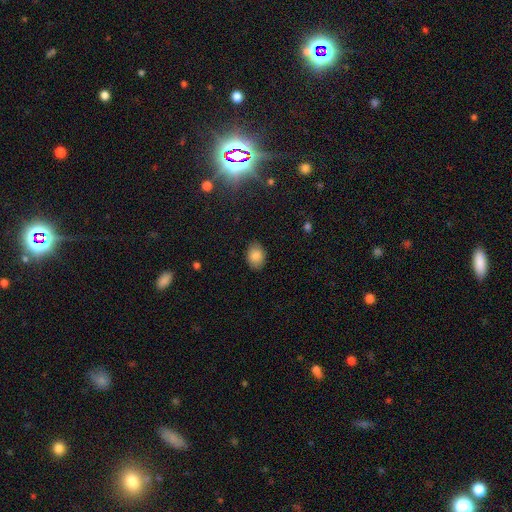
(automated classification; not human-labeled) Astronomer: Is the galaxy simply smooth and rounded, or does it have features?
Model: smooth — 85%.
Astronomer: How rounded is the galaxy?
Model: in between — 69%.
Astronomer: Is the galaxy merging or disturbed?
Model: none — 87%.